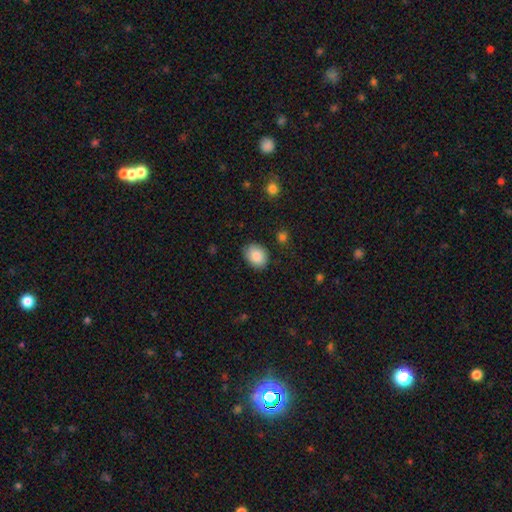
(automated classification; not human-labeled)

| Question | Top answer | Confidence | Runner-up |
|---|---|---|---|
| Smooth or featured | smooth | 87% | star or artifact (7%) |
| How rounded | in between | 57% | round (42%) |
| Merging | none | 81% | minor disturbance (14%) |